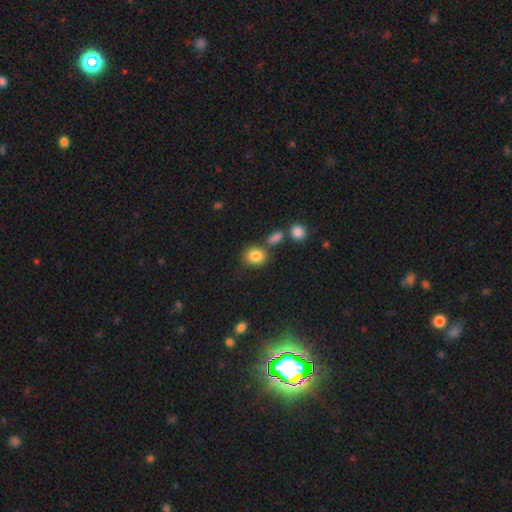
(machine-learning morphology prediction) A smooth galaxy with no disk features (84%) that is round (64%). Merging: none (67%).